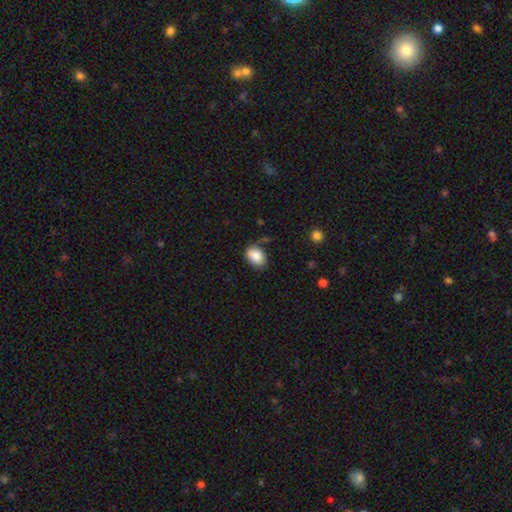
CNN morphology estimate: The model was most divided on "merging": none: 65%, minor disturbance: 25%, major disturbance: 6%, merger: 4%. More confident: smooth or featured — smooth (84%); how rounded — in between (76%).